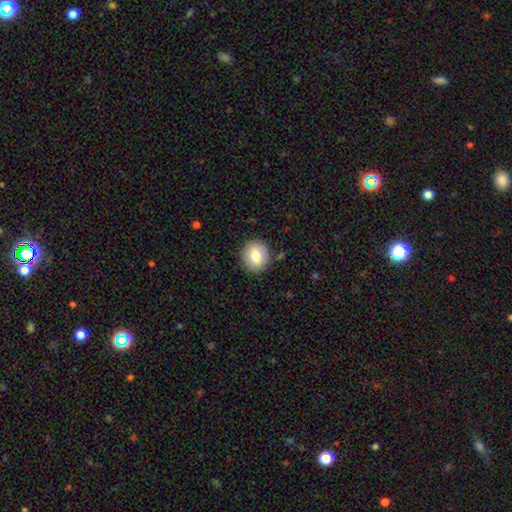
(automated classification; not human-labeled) smooth 79%, featured or disk 12%, star or artifact 9%. Down the decision tree: how rounded — round (84%); merging — none (88%).